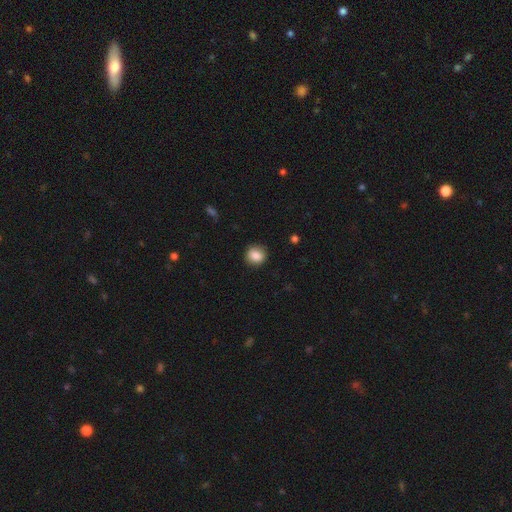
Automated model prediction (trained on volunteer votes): smooth 86%, star or artifact 9%, featured or disk 5%. Down the decision tree: how rounded — round (77%); merging — none (86%).